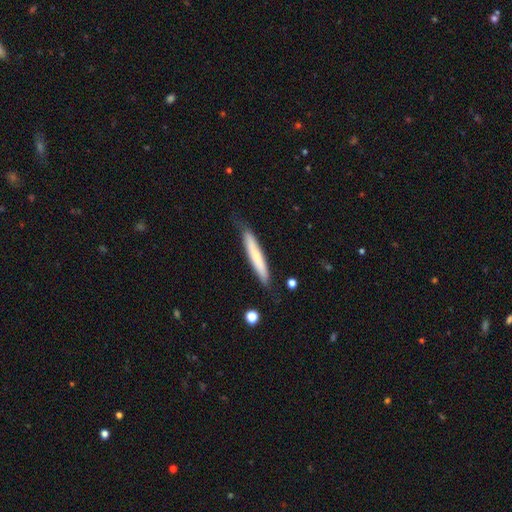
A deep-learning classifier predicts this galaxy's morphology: The model was most divided on "smooth or featured": smooth: 66%, featured or disk: 28%, star or artifact: 6%. More confident: how rounded — cigar-shaped (94%); merging — none (77%).